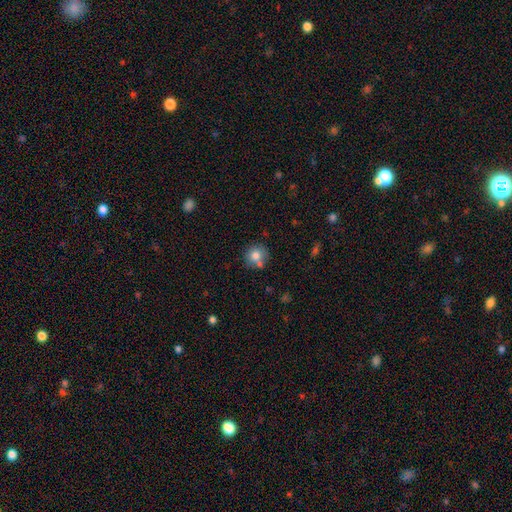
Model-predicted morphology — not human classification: Q: Smooth or featured?
A: smooth (78%); runner-up: featured or disk (12%)
Q: How rounded?
A: round (90%); runner-up: in between (9%)
Q: Merging?
A: none (69%); runner-up: merger (16%)